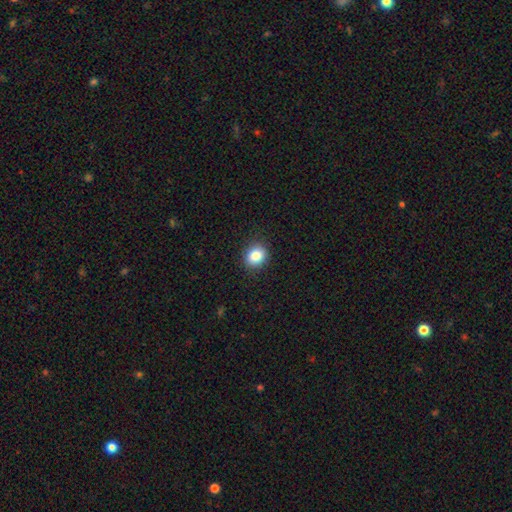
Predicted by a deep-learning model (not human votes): A smooth galaxy with no disk features (85%) that is round (68%).

Vote fractions:
- Smooth or featured? smooth: 85% / star or artifact: 10% / featured or disk: 6%
- How rounded? round: 68% / in between: 31% / cigar-shaped: 1%
- Merging? none: 89% / minor disturbance: 7% / major disturbance: 2% / merger: 1%